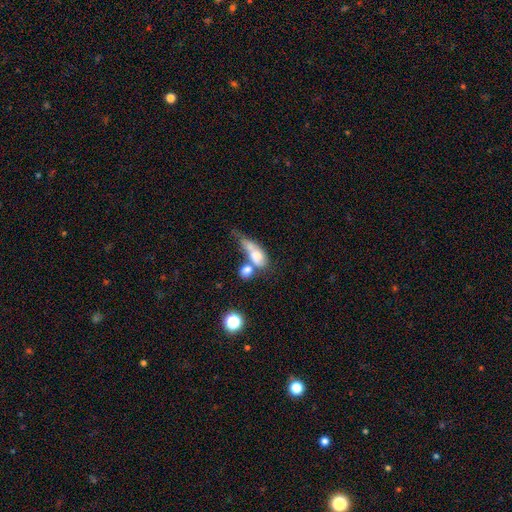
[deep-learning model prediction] Smooth or featured? smooth (62%)
How rounded? in between (68%)
Merging? merger (53%)